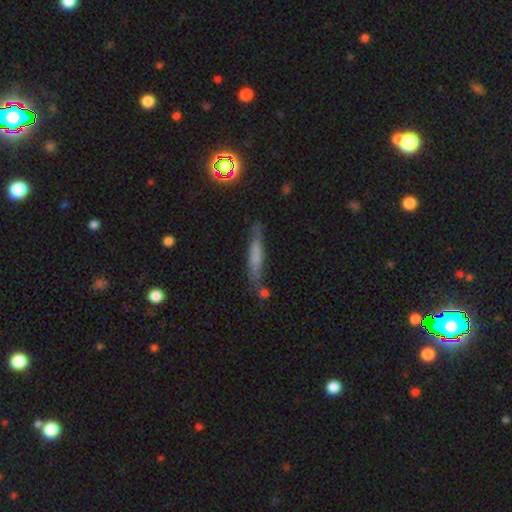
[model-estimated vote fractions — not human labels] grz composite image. It shows a smooth galaxy with no disk features (54%) that is cigar-shaped (89%). Merging: none (71%).